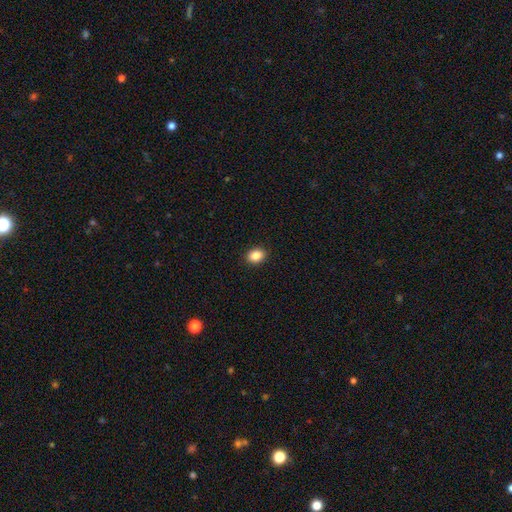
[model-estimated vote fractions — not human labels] smooth-or-featured: smooth: 87% | star or artifact: 9% | featured or disk: 4%
  how-rounded: in between: 63% | round: 36% | cigar-shaped: 1%
  merging: none: 91% | minor disturbance: 6% | major disturbance: 2% | merger: 1%